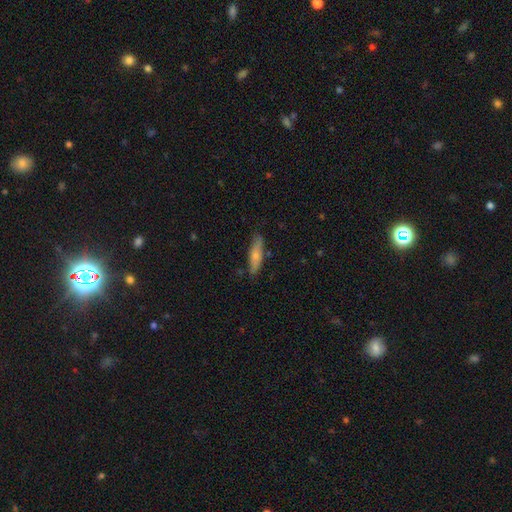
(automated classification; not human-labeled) Smooth or featured? Predicted: smooth (p=0.68). How rounded? Predicted: cigar-shaped (p=0.63). Merging? Predicted: none (p=0.77).